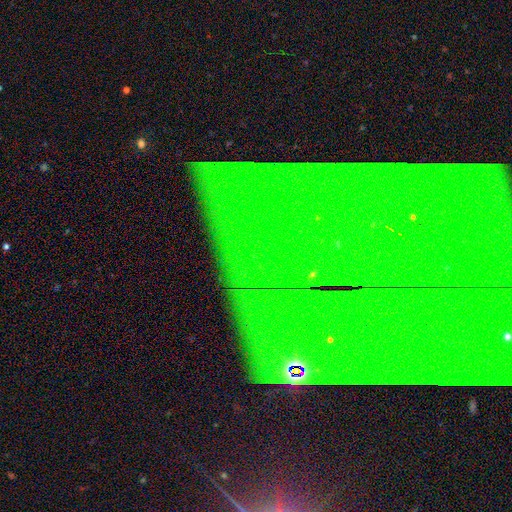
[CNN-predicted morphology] This is clearly a star or artifact rather than a galaxy (84%).